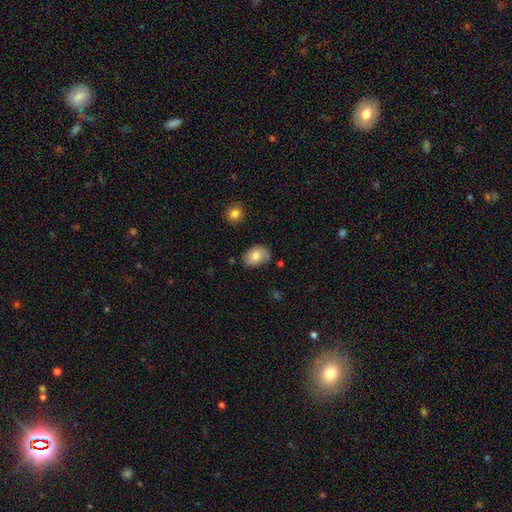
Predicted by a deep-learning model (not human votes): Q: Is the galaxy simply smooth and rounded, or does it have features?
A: smooth — 79%.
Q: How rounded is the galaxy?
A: in between — 77%.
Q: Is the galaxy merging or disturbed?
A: none — 70%.